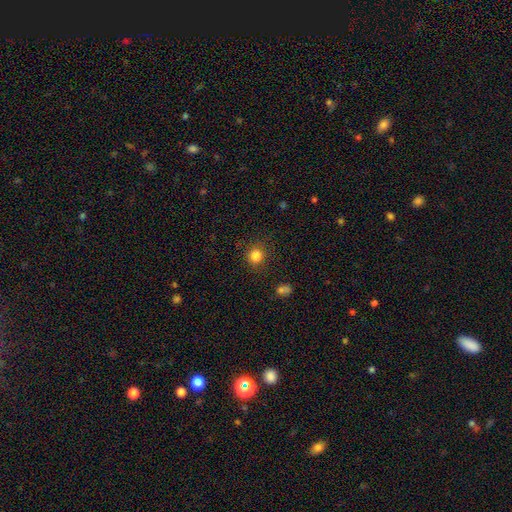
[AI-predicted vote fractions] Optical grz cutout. It shows a smooth galaxy with no disk features (83%) that is round (88%). Merging: none (86%).